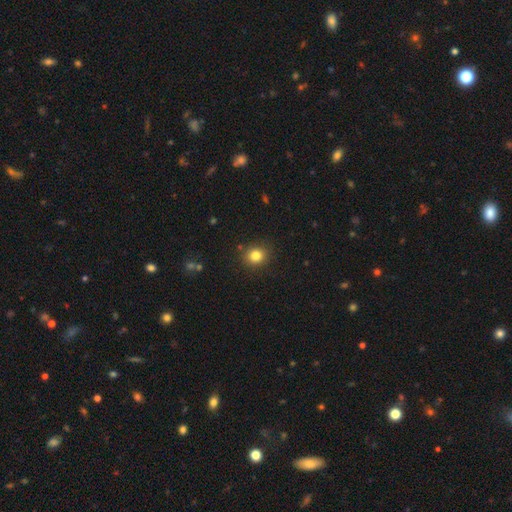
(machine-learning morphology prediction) Smooth or featured? Predicted: smooth (p=0.82). How rounded? Predicted: round (p=0.78). Merging? Predicted: none (p=0.87).